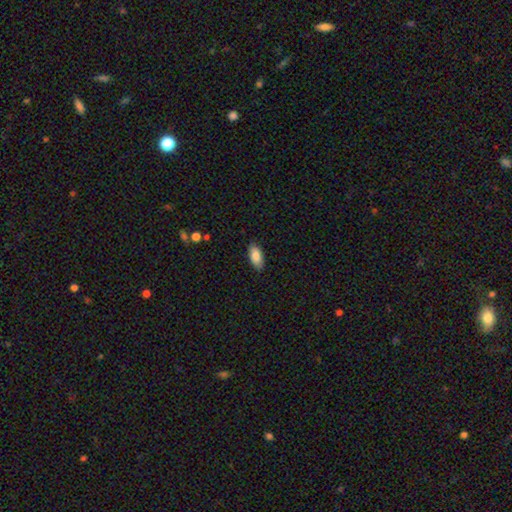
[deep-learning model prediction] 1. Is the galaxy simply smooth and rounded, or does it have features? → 86% smooth, 8% featured or disk, 7% star or artifact.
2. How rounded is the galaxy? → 89% in between, 9% cigar-shaped, 2% round.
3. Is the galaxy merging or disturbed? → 87% none, 10% minor disturbance, 2% major disturbance, 1% merger.